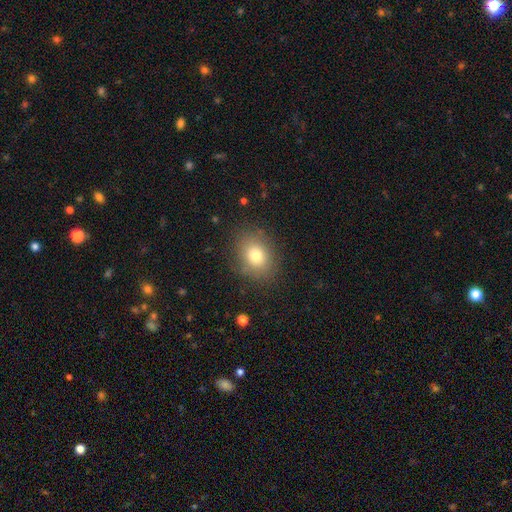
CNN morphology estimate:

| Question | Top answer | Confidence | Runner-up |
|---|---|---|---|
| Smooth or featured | smooth | 77% | star or artifact (12%) |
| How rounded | round | 50% | in between (49%) |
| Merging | none | 84% | minor disturbance (11%) |